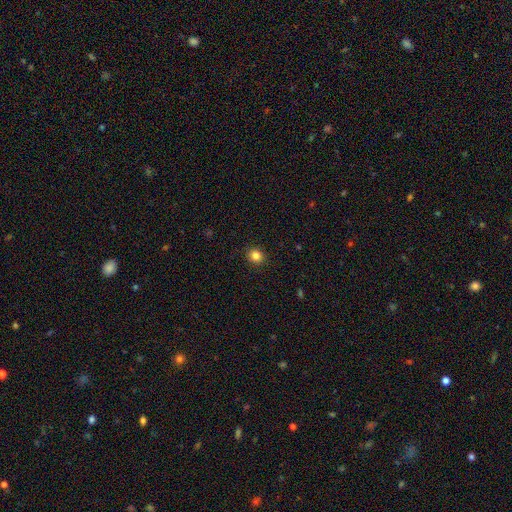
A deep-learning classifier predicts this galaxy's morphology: This is clearly a smooth galaxy (83%). How rounded: clearly round (85%). Merging: clearly none (92%).